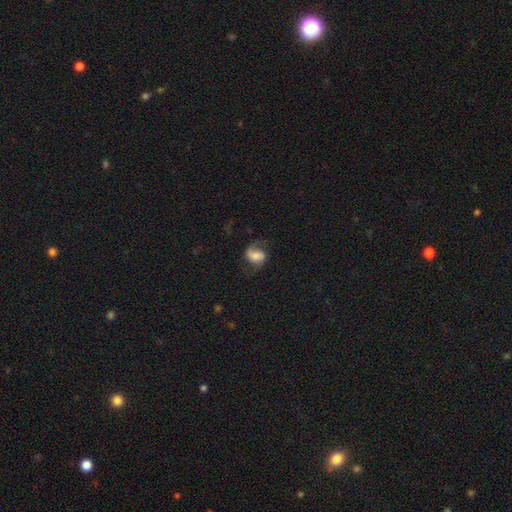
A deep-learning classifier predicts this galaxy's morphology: This is possibly a featured or disk galaxy (55%). It is clearly not viewed edge-on (96%). Bar: marginally no (39%). Spiral arm pattern: clearly yes (89%). Central bulge: marginally moderate (35%). Merging: likely none (61%).